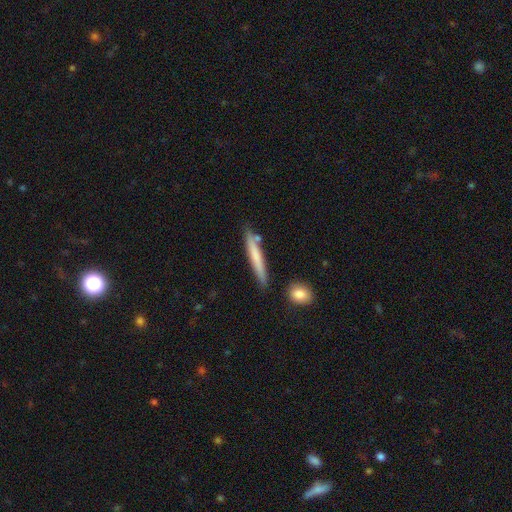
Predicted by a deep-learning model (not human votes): This appears to be a smooth galaxy with no disk features (65%) that is cigar-shaped (95%). Merging: none (81%).